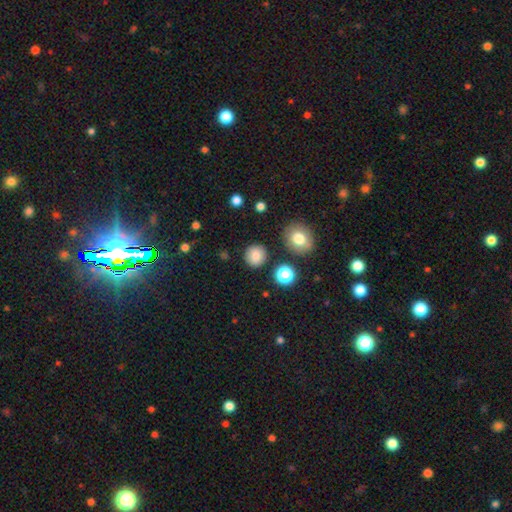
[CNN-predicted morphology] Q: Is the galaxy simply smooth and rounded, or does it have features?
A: smooth — 82%.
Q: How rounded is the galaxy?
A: round — 92%.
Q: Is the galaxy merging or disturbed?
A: none — 88%.